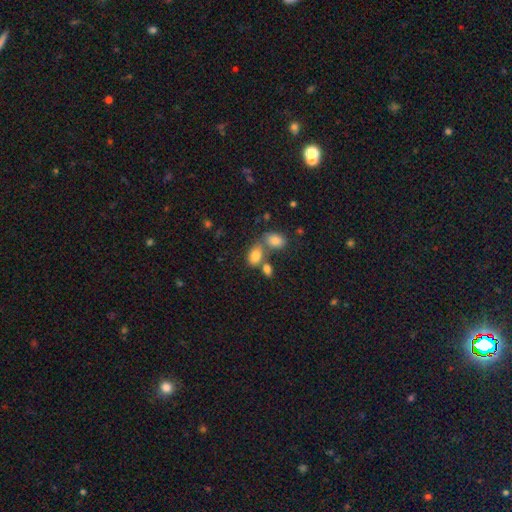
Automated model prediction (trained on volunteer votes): Morphology: type=smooth (81%); roundness=in between (87%); merging=merger (44%).